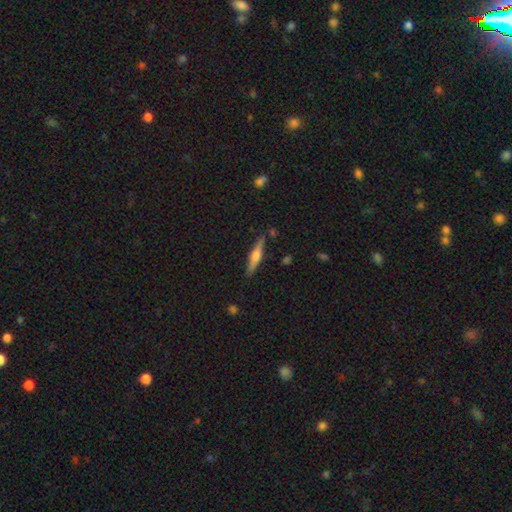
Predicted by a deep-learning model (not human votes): Q: Smooth or featured?
A: featured or disk (56%); runner-up: smooth (37%)
Q: Edge-on disk?
A: yes (96%); runner-up: no (4%)
Q: Edge-on bulge?
A: rounded (85%); runner-up: boxy (9%)
Q: Merging?
A: none (86%); runner-up: minor disturbance (10%)